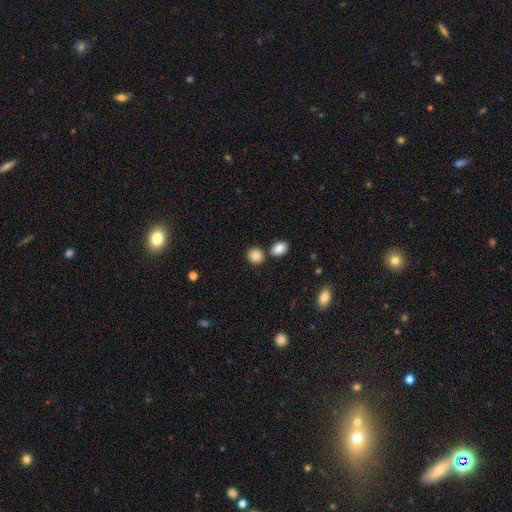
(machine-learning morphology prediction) Smooth or featured? smooth (87%)
How rounded? round (73%)
Merging? none (72%)